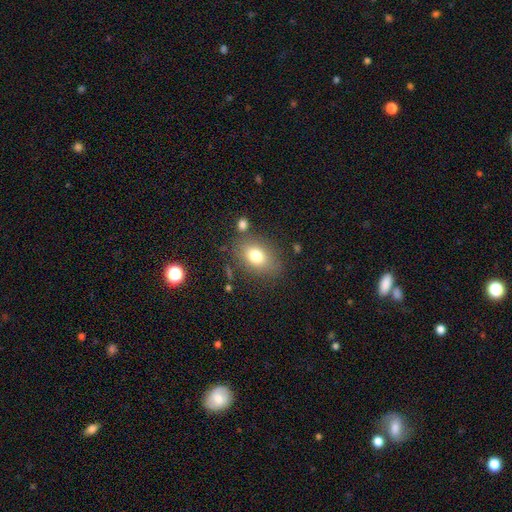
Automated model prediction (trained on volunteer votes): smooth-or-featured: smooth: 76% | featured or disk: 13% | star or artifact: 10%
  how-rounded: in between: 77% | round: 22% | cigar-shaped: 2%
  merging: none: 76% | minor disturbance: 14% | merger: 6% | major disturbance: 5%